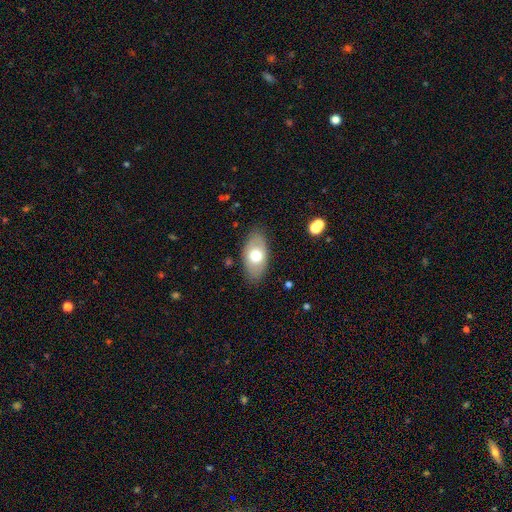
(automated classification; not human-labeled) smooth 64%, featured or disk 29%, star or artifact 7%. Down the decision tree: how rounded — in between (93%); merging — none (84%).